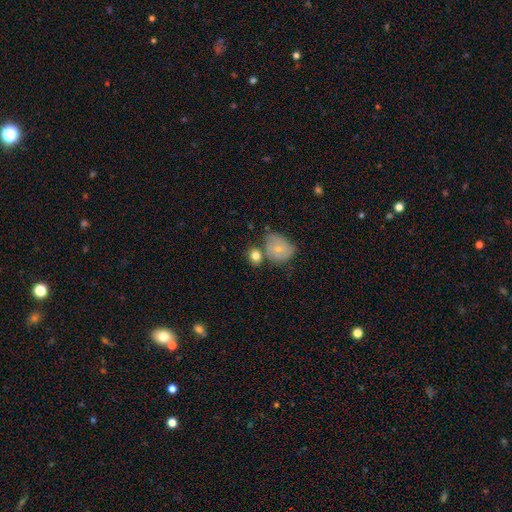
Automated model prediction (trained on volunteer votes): smooth-or-featured: smooth: 78% | featured or disk: 14% | star or artifact: 8%
  how-rounded: round: 65% | in between: 34% | cigar-shaped: 1%
  merging: none: 56% | merger: 25% | minor disturbance: 15% | major disturbance: 5%